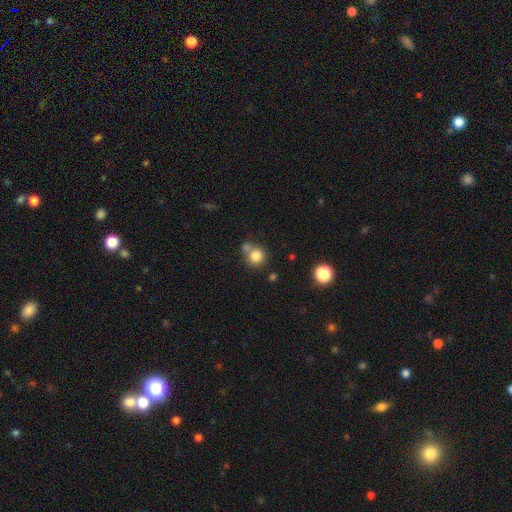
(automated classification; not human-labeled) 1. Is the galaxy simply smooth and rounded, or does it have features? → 82% smooth, 11% star or artifact, 7% featured or disk.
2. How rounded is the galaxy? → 90% round, 10% in between, 1% cigar-shaped.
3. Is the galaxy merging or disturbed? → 58% none, 29% merger, 10% minor disturbance, 4% major disturbance.